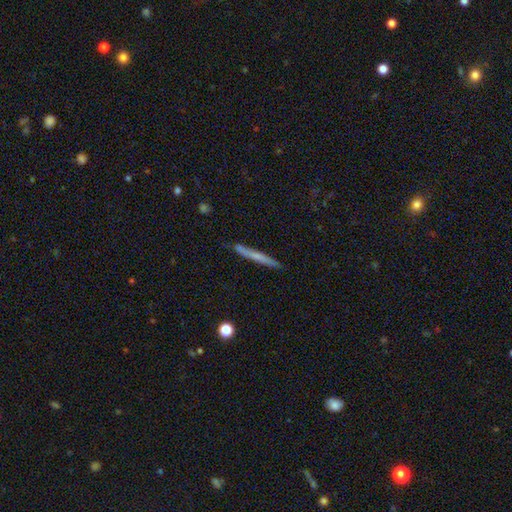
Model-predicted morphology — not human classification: Smooth or featured? smooth (51%)
How rounded? cigar-shaped (96%)
Merging? none (88%)